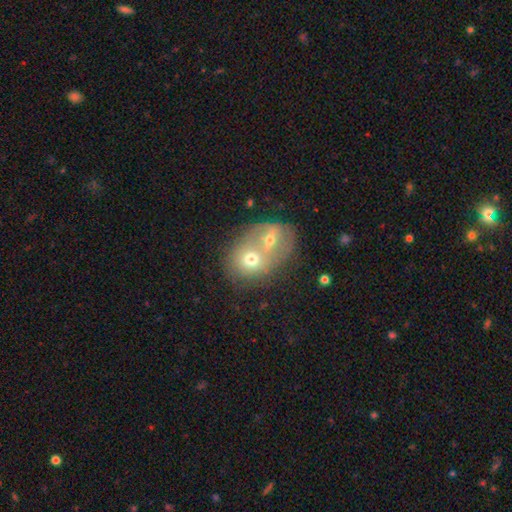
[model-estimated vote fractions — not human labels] Smooth or featured? Predicted: smooth (p=0.47). Merging? Predicted: merger (p=0.69).